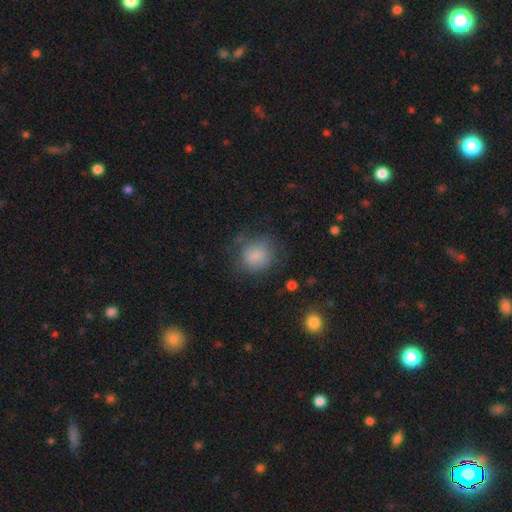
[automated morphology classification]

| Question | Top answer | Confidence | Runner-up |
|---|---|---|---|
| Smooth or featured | smooth | 81% | featured or disk (10%) |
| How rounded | round | 75% | in between (24%) |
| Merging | none | 63% | minor disturbance (22%) |